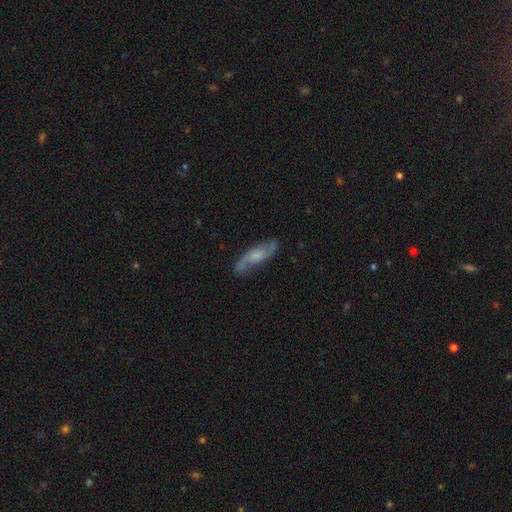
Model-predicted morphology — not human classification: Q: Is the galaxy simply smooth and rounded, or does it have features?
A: featured or disk — 70%.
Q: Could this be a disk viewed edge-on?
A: no — 83%.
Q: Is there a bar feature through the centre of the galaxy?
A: no — 54%.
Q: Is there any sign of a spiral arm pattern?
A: yes — 93%.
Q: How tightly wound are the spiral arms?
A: loose — 46%.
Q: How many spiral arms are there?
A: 2 — 88%.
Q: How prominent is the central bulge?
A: small — 31%.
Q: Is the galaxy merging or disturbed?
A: none — 78%.